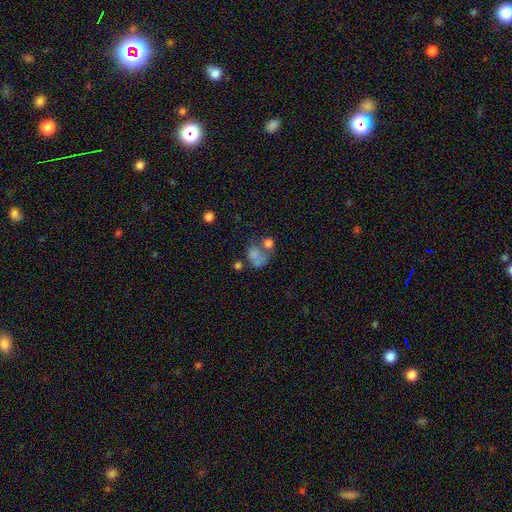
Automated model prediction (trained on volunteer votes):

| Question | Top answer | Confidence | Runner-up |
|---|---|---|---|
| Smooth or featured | smooth | 59% | featured or disk (26%) |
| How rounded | round | 56% | in between (43%) |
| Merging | merger | 41% | none (27%) |